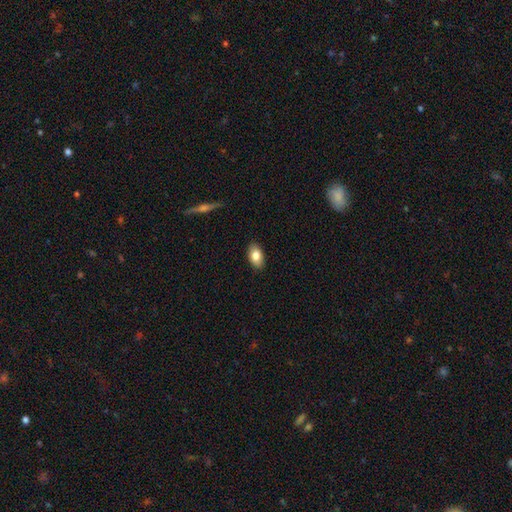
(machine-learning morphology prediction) Smooth or featured?
  - smooth: 83% *
  - featured or disk: 10%
  - star or artifact: 7%
How rounded?
  - in between: 91% *
  - round: 7%
  - cigar-shaped: 2%
Merging?
  - none: 88% *
  - minor disturbance: 9%
  - major disturbance: 2%
  - merger: 1%